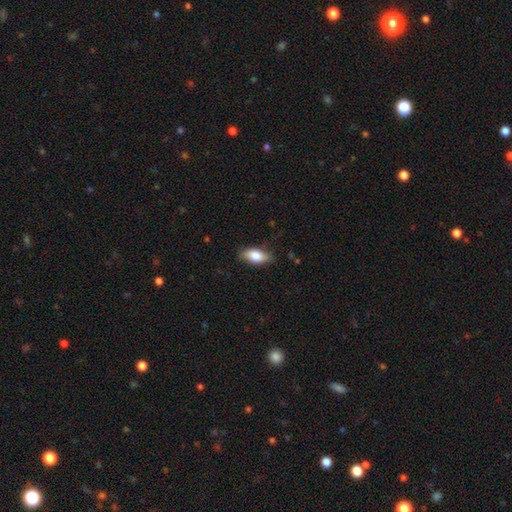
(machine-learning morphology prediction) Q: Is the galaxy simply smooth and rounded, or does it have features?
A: smooth — 75%.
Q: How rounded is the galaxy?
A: in between — 84%.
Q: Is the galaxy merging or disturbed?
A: none — 82%.